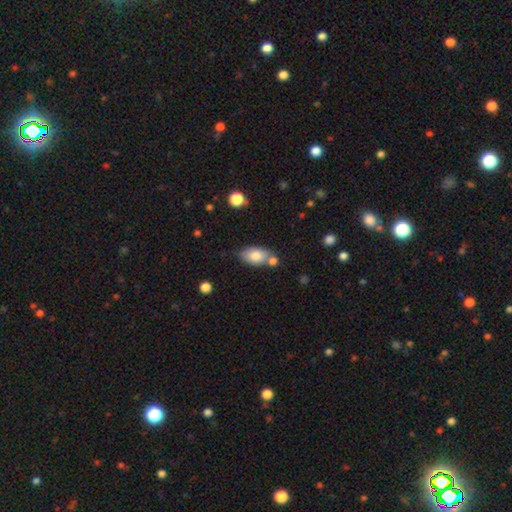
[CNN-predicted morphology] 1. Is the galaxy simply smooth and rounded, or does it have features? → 79% smooth, 14% featured or disk, 7% star or artifact.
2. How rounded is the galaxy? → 91% in between, 6% round, 3% cigar-shaped.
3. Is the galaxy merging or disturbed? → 61% none, 20% merger, 16% minor disturbance, 4% major disturbance.